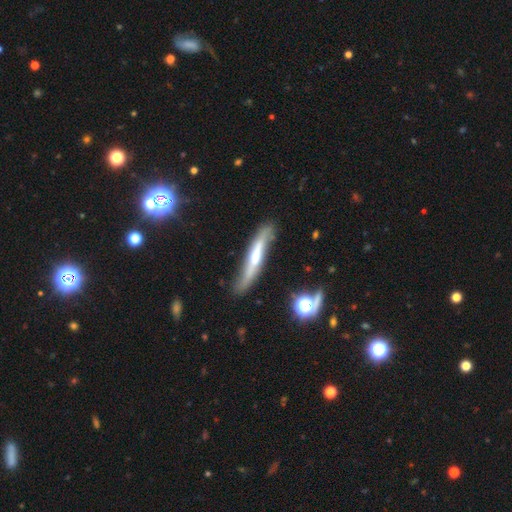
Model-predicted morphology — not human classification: Smooth or featured? Predicted: featured or disk (p=0.61). Edge-on disk? Predicted: yes (p=0.74). Merging? Predicted: none (p=0.76).